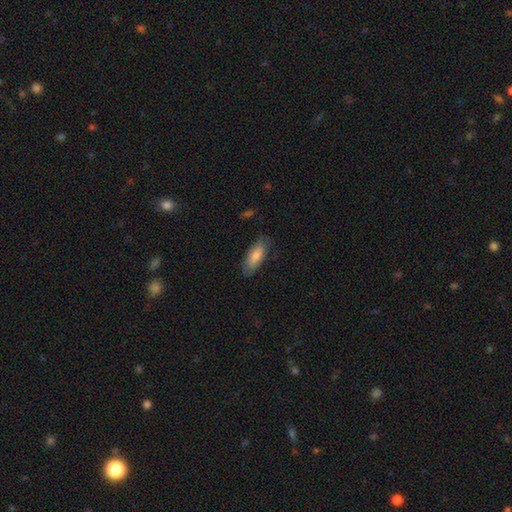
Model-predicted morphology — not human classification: Smooth or featured?
  - smooth: 80% *
  - featured or disk: 14%
  - star or artifact: 6%
How rounded?
  - in between: 71% *
  - cigar-shaped: 27%
  - round: 2%
Merging?
  - none: 82% *
  - minor disturbance: 14%
  - major disturbance: 3%
  - merger: 1%